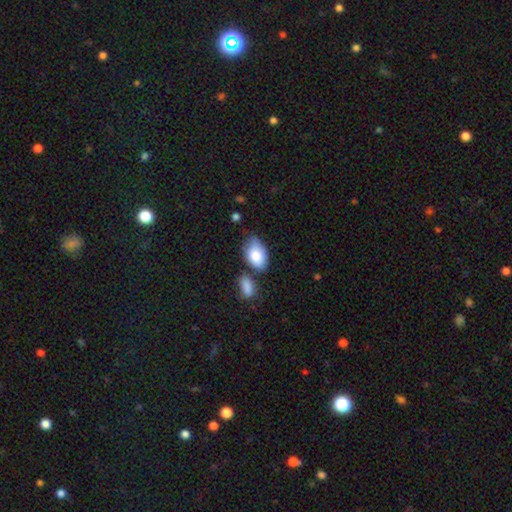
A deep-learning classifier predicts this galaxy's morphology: Overall: smooth (82%). How rounded: in between (90%). Merging: none (46%; minor disturbance 28%).